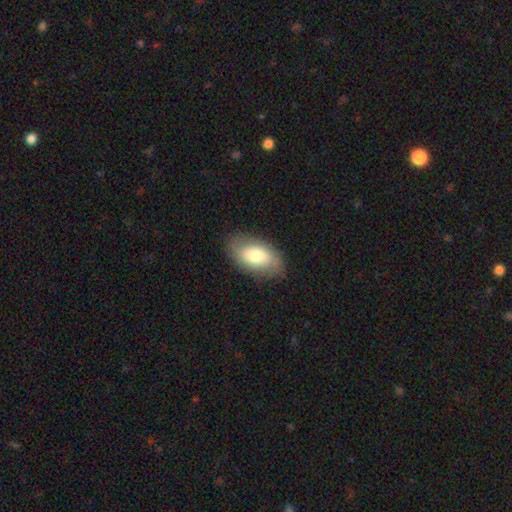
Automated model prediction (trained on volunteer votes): This is likely a smooth galaxy (70%). How rounded: clearly in between (93%). Merging: clearly none (82%).